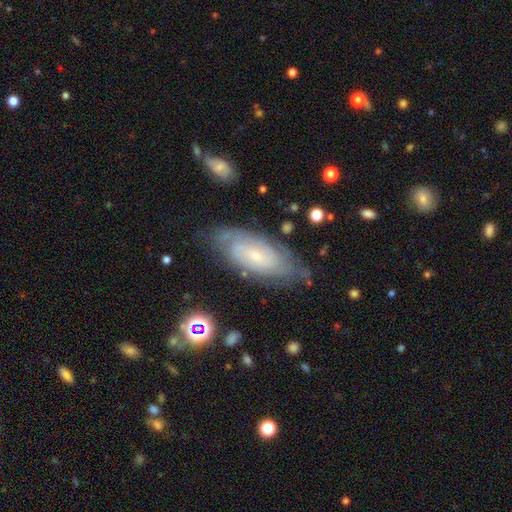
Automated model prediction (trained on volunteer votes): Q: Smooth or featured?
A: featured or disk (72%); runner-up: smooth (21%)
Q: Edge-on disk?
A: no (90%); runner-up: yes (10%)
Q: Bar?
A: no (72%); runner-up: weak (23%)
Q: Spiral arms?
A: yes (89%); runner-up: no (11%)
Q: Spiral winding?
A: tight (71%); runner-up: medium (22%)
Q: Spiral arm count?
A: can't tell (57%); runner-up: 2 (20%)
Q: Bulge size?
A: small (78%); runner-up: moderate (16%)
Q: Merging?
A: none (70%); runner-up: minor disturbance (20%)